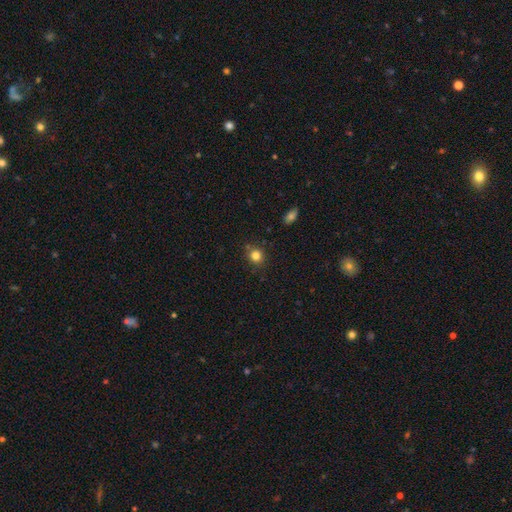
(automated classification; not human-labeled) This is clearly a smooth galaxy (82%). How rounded: clearly round (84%). Merging: clearly none (81%).